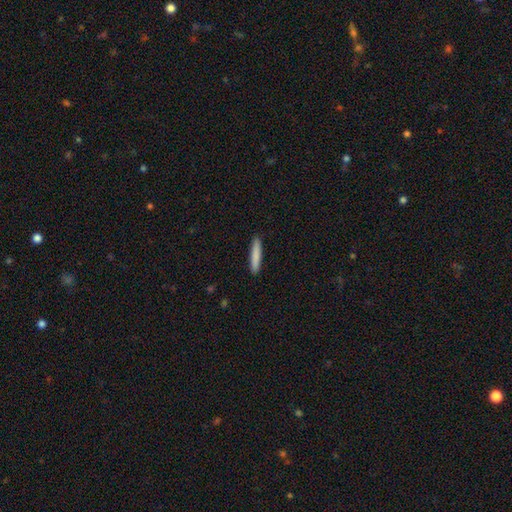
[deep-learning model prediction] A smooth galaxy with no disk features (83%) that is cigar-shaped (93%). Merging: none (91%).